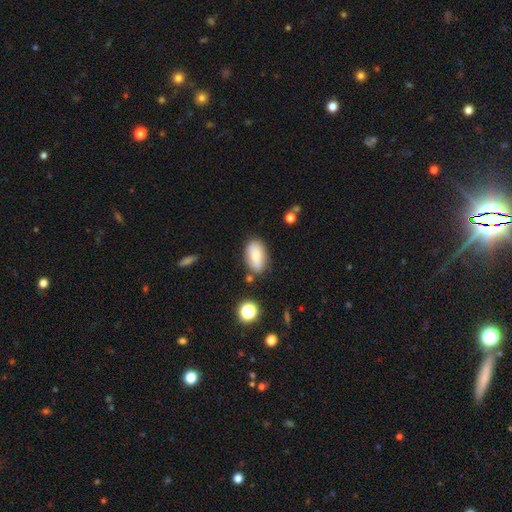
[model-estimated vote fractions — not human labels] A smooth galaxy with no disk features (72%) that is in between round and cigar-shaped (91%).

Vote fractions:
- Smooth or featured? smooth: 72% / featured or disk: 19% / star or artifact: 9%
- How rounded? in between: 91% / round: 7% / cigar-shaped: 2%
- Merging? none: 74% / minor disturbance: 17% / merger: 5% / major disturbance: 4%